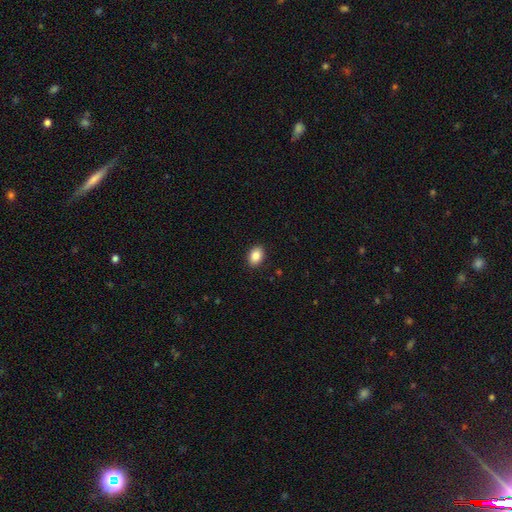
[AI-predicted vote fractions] The model was most divided on "how rounded": in between: 80%, round: 19%, cigar-shaped: 1%. More confident: merging — none (90%); smooth or featured — smooth (88%).